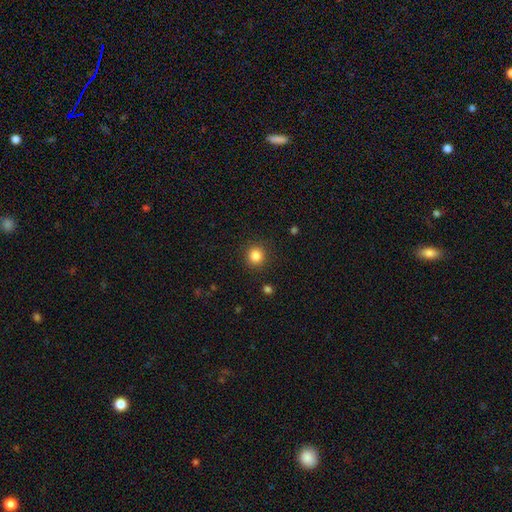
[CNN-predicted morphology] A smooth galaxy with no disk features (85%) that is round (92%).

Vote fractions:
- Smooth or featured? smooth: 85% / star or artifact: 11% / featured or disk: 4%
- How rounded? round: 92% / in between: 7% / cigar-shaped: 1%
- Merging? none: 90% / minor disturbance: 6% / major disturbance: 2% / merger: 1%